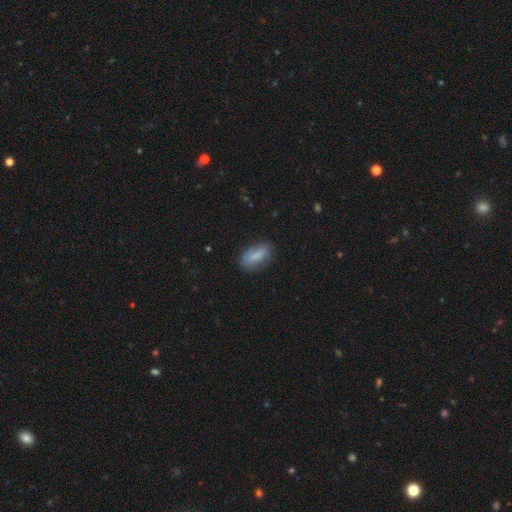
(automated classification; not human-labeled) A smooth galaxy with no disk features (78%) that is in between round and cigar-shaped (87%). Merging: none (75%).